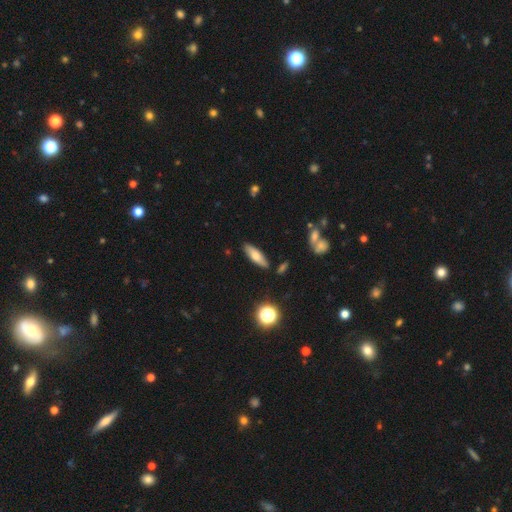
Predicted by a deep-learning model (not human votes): smooth 65%, featured or disk 27%, star or artifact 8%. Down the decision tree: how rounded — cigar-shaped (53%); merging — none (84%).